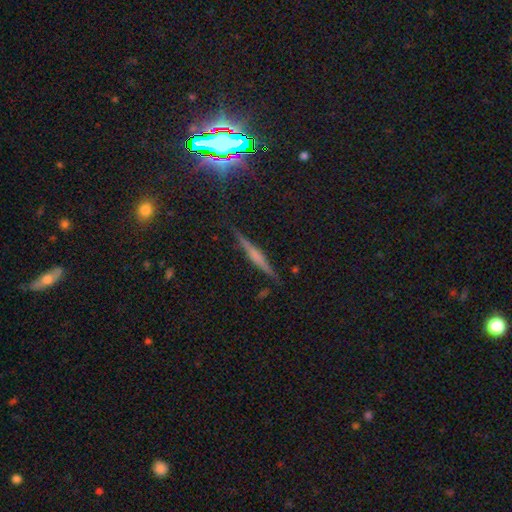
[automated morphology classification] Smooth or featured? featured or disk (60%)
Edge-on disk? yes (97%)
Edge-on bulge? rounded (48%)
Merging? none (88%)